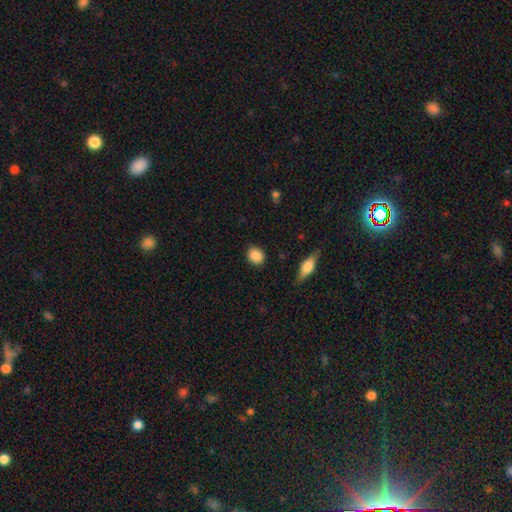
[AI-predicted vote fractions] A smooth galaxy with no disk features (88%) that is round (58%). Merging: none (88%).